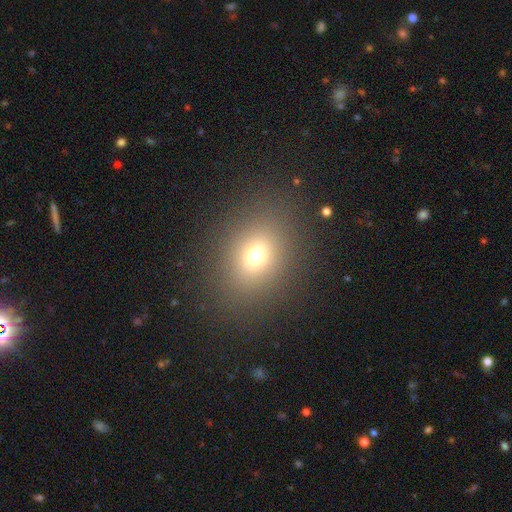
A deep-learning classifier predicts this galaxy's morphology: Overall: smooth (69%). How rounded: round (51%; in between 47%). Merging: none (86%).